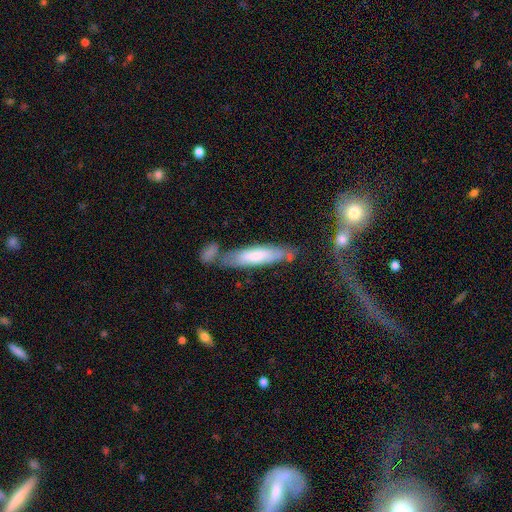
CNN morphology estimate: This is possibly a smooth galaxy (58%). How rounded: likely cigar-shaped (76%). Merging: possibly none (57%).